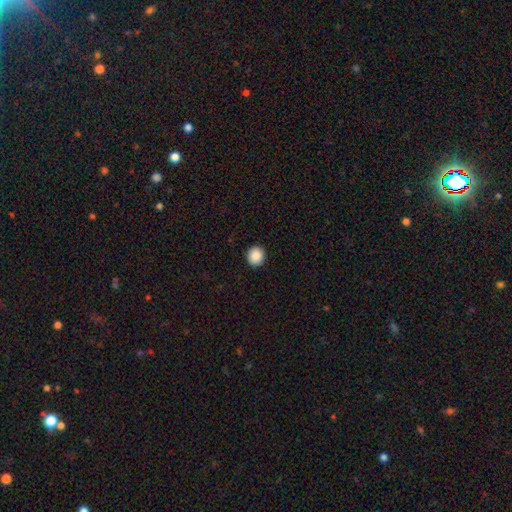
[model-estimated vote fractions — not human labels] This is clearly a smooth galaxy (89%). How rounded: clearly round (84%). Merging: clearly none (92%).